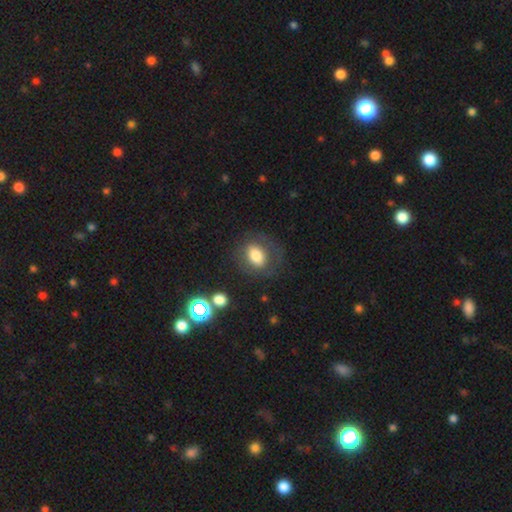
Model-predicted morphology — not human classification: smooth-or-featured: smooth: 72% | featured or disk: 18% | star or artifact: 10%
  how-rounded: in between: 69% | round: 29% | cigar-shaped: 2%
  merging: none: 73% | minor disturbance: 15% | major disturbance: 10% | merger: 2%